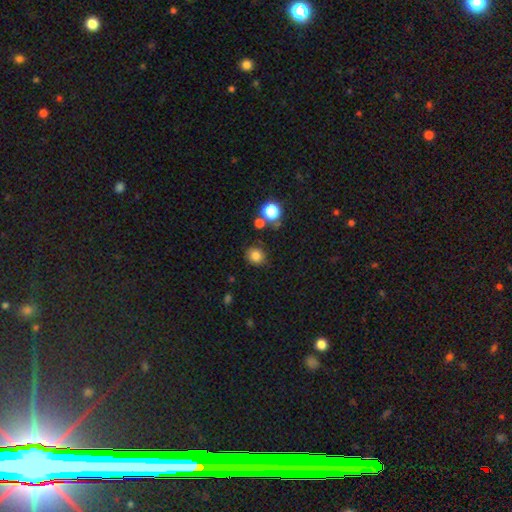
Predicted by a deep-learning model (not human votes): Smooth or featured: smooth — 81% (star or artifact — 13%)
How rounded: round — 79% (in between — 20%)
Merging: none — 83% (minor disturbance — 10%)